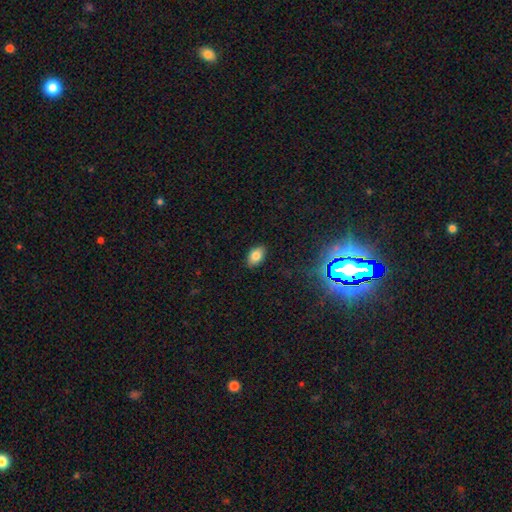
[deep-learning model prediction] Smooth or featured? smooth (80%)
How rounded? in between (90%)
Merging? none (88%)